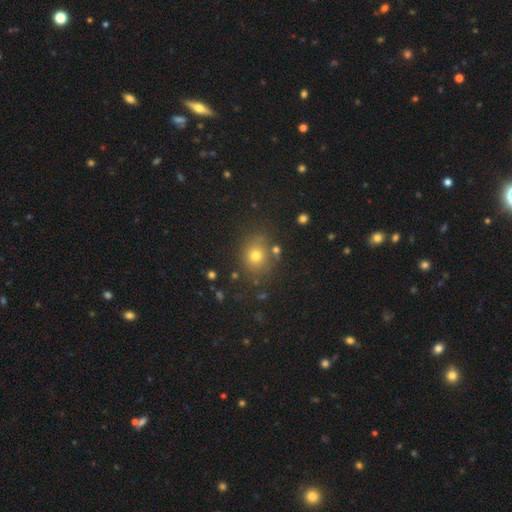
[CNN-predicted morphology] Q: Smooth or featured?
A: smooth (70%); runner-up: star or artifact (20%)
Q: How rounded?
A: round (71%); runner-up: in between (28%)
Q: Merging?
A: none (79%); runner-up: minor disturbance (11%)